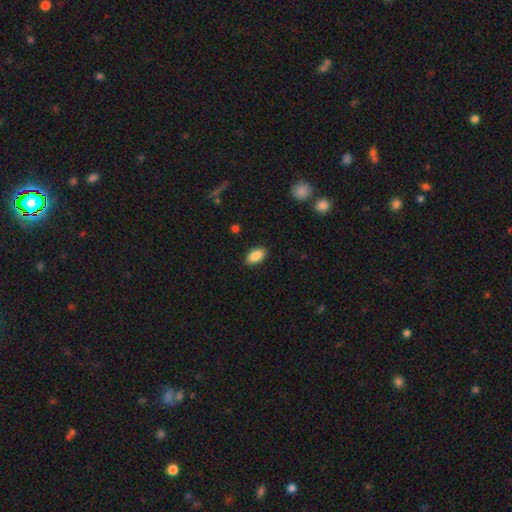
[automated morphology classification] Q: Smooth or featured?
A: smooth (87%); runner-up: star or artifact (7%)
Q: How rounded?
A: in between (92%); runner-up: round (4%)
Q: Merging?
A: none (89%); runner-up: minor disturbance (8%)